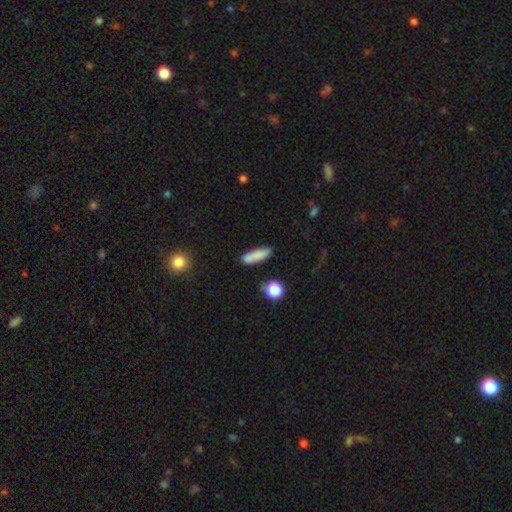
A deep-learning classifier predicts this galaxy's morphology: Smooth or featured? smooth (84%)
How rounded? cigar-shaped (62%)
Merging? none (79%)